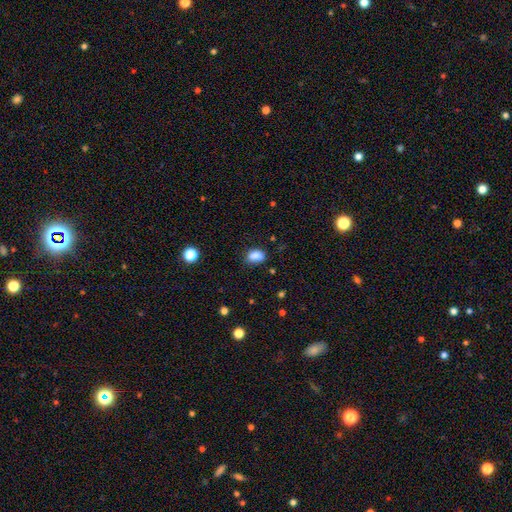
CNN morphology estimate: Q: Smooth or featured?
A: smooth (85%); runner-up: star or artifact (10%)
Q: How rounded?
A: in between (77%); runner-up: round (22%)
Q: Merging?
A: none (68%); runner-up: minor disturbance (22%)